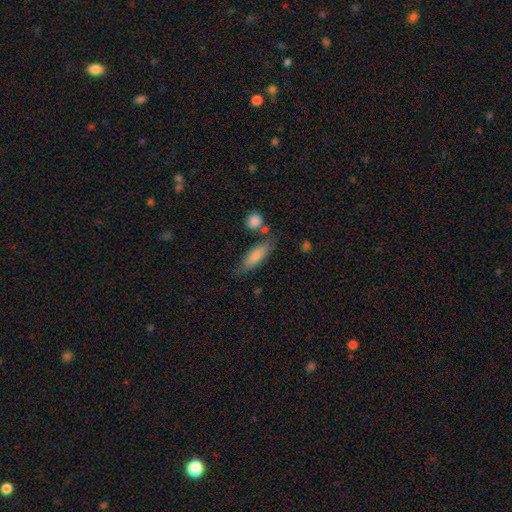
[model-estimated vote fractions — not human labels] smooth-or-featured: smooth: 78% | featured or disk: 15% | star or artifact: 6%
  how-rounded: cigar-shaped: 51% | in between: 47% | round: 2%
  merging: none: 70% | minor disturbance: 17% | merger: 8% | major disturbance: 5%